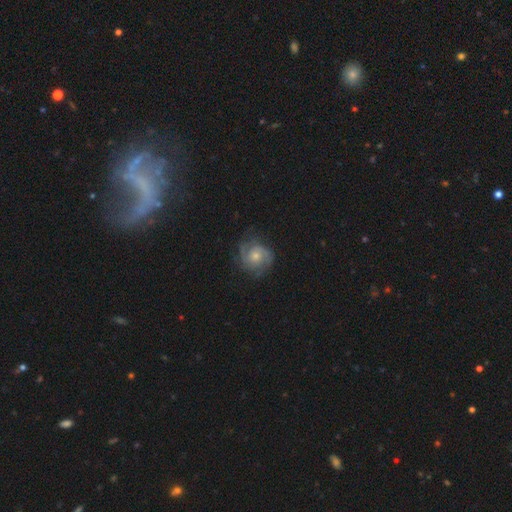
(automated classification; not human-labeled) A featured or disk galaxy (78%) with no bar (73%), 2 (38%) tight (48%) spiral arms (95%) and a moderate central bulge (48%). Merging: none (71%).